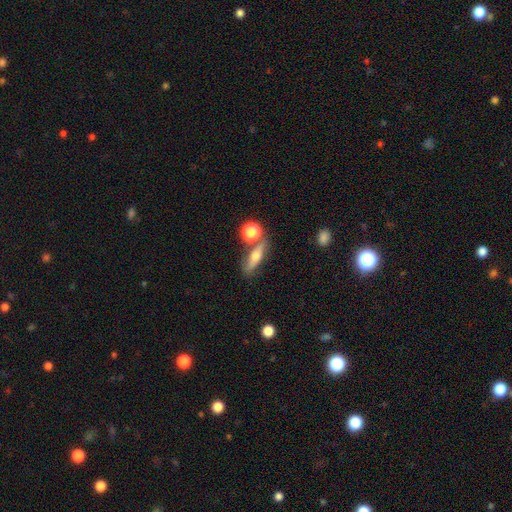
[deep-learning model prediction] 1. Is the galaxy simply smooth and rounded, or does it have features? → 48% smooth, 42% featured or disk, 10% star or artifact.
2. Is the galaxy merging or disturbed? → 69% none, 14% merger, 13% minor disturbance, 4% major disturbance.